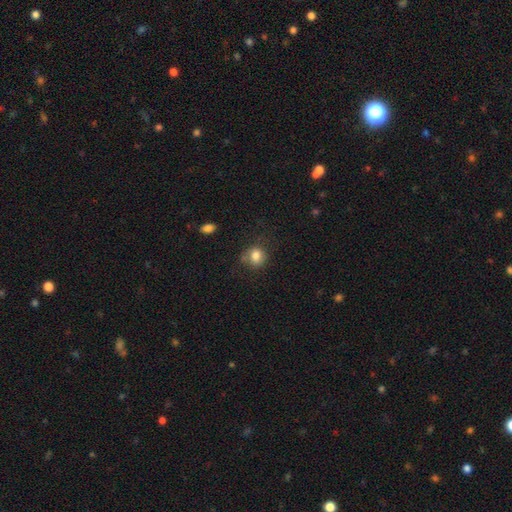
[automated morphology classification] type=smooth (82%); roundness=round (79%); merging=none (69%).